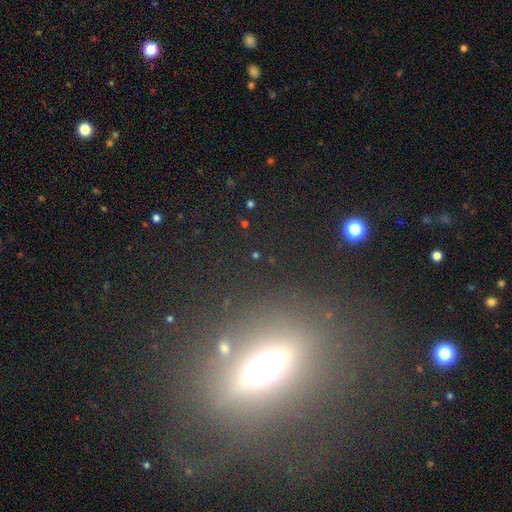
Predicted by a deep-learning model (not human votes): A star or artifact, not a galaxy (54%).

Vote fractions:
- Smooth or featured? star or artifact: 54% / smooth: 32% / featured or disk: 13%